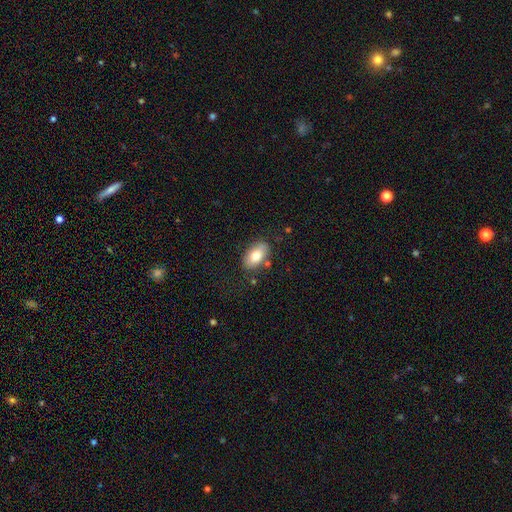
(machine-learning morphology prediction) This is likely a smooth galaxy (77%). How rounded: clearly in between (92%). Merging: likely none (79%).